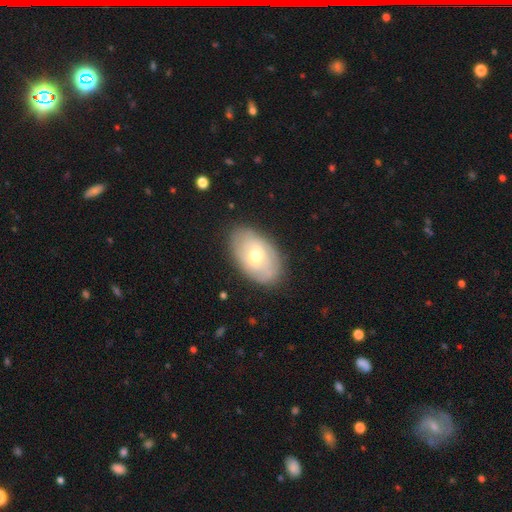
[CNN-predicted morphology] smooth-or-featured: featured or disk: 54% | smooth: 40% | star or artifact: 6%
  disk-edge-on: no: 92% | yes: 8%
  merging: none: 83% | minor disturbance: 13% | major disturbance: 3% | merger: 1%